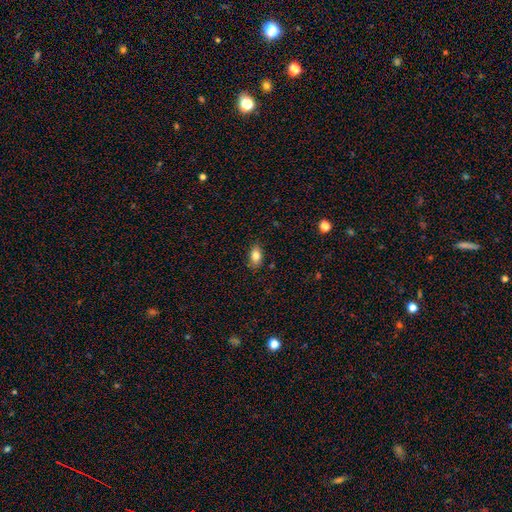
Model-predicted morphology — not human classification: Smooth or featured: smooth — 82% (featured or disk — 9%)
How rounded: in between — 89% (round — 8%)
Merging: none — 86% (minor disturbance — 11%)